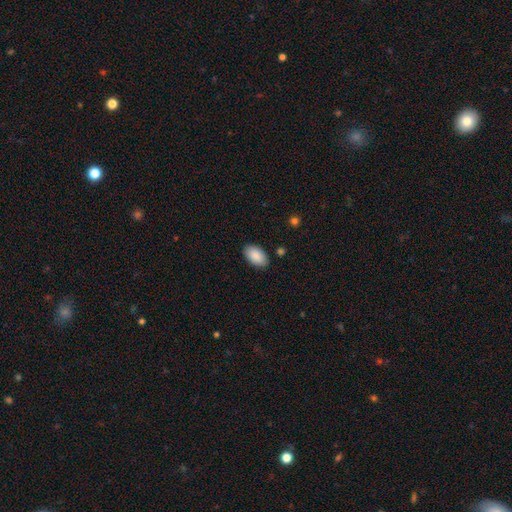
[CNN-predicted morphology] The model was most divided on "merging": none: 86%, minor disturbance: 10%, major disturbance: 2%, merger: 1%. More confident: how rounded — in between (95%); smooth or featured — smooth (90%).